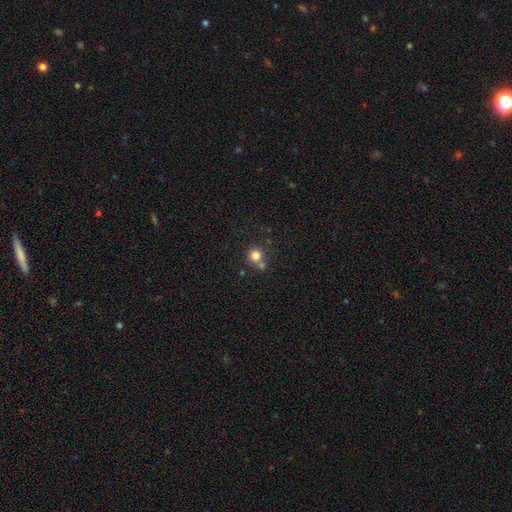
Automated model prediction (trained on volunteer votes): A smooth galaxy with no disk features (80%) that is round (91%). Merging: none (60%).